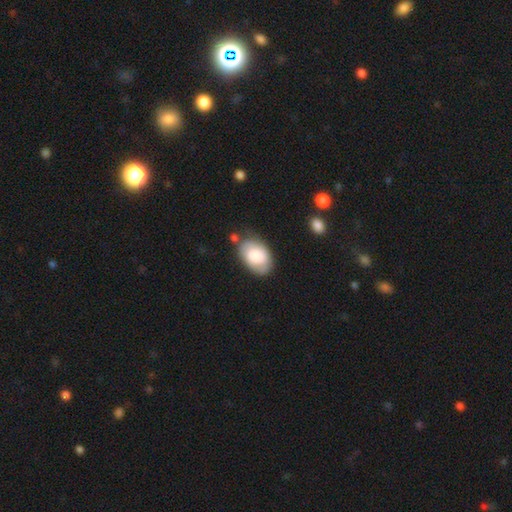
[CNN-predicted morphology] Smooth or featured? smooth (79%)
How rounded? in between (90%)
Merging? none (71%)